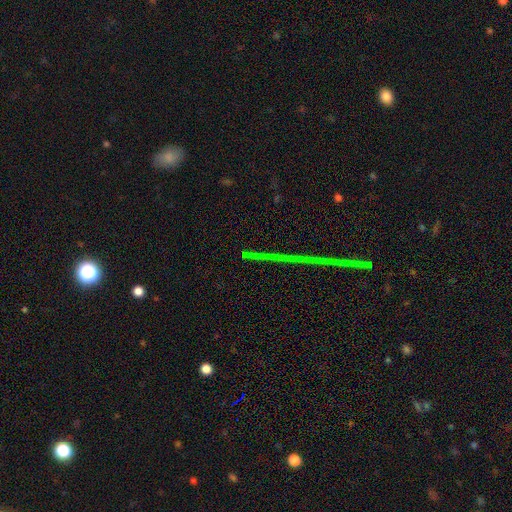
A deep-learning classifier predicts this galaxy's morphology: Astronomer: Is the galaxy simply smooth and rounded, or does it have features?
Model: star or artifact — 82%.